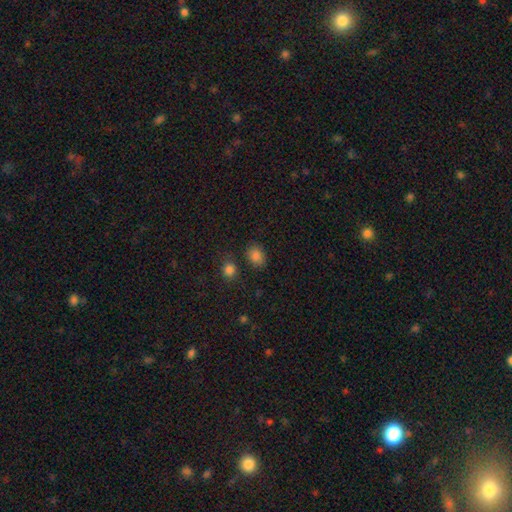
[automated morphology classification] A smooth galaxy with no disk features (84%) that is in between round and cigar-shaped (58%). Merging: none (77%).